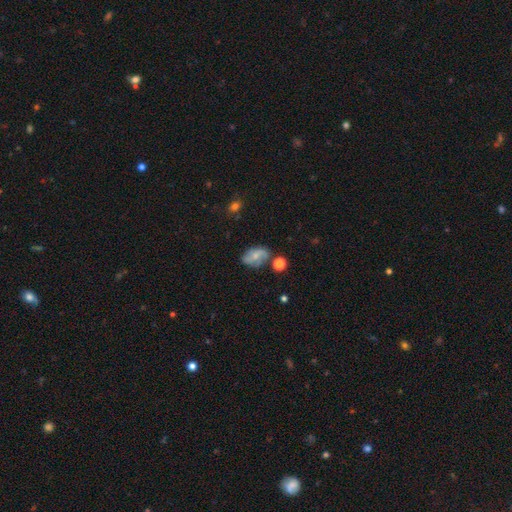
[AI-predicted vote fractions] Morphology: type=featured or disk (51%); edge-on=no (96%); merging=none (57%).